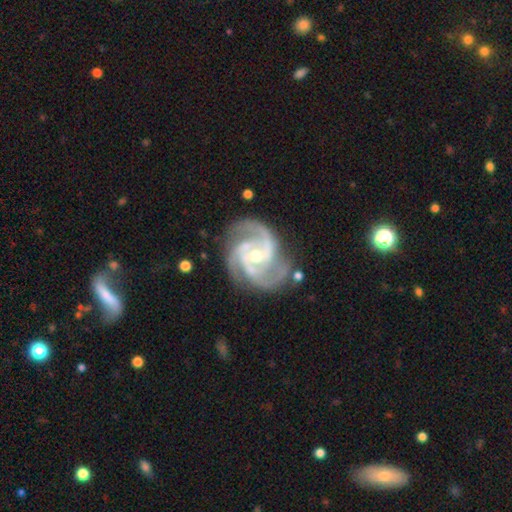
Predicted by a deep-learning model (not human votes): Smooth or featured? Predicted: featured or disk (p=0.93). Edge-on disk? Predicted: no (p=0.98). Bar? Predicted: weak (p=0.42). Spiral arms? Predicted: yes (p=0.98). Spiral winding? Predicted: medium (p=0.54). Spiral arm count? Predicted: 3 (p=0.49). Bulge size? Predicted: moderate (p=0.57). Merging? Predicted: none (p=0.70).